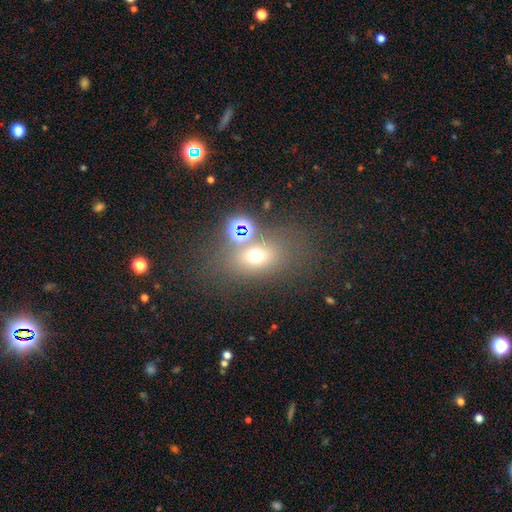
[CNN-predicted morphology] This is likely a smooth galaxy (60%). How rounded: likely in between (63%). Merging: likely none (61%).